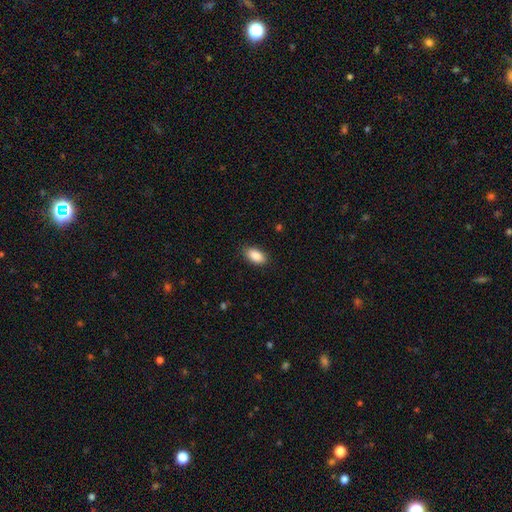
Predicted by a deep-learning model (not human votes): smooth-or-featured: smooth: 89% | star or artifact: 7% | featured or disk: 4%
  how-rounded: in between: 93% | round: 4% | cigar-shaped: 3%
  merging: none: 86% | minor disturbance: 10% | major disturbance: 2% | merger: 1%